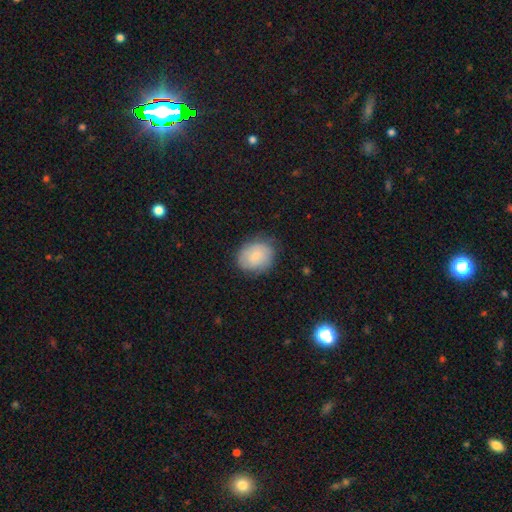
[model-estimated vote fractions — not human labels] Overall: smooth (71%). How rounded: round (53%; in between 46%). Merging: none (74%).